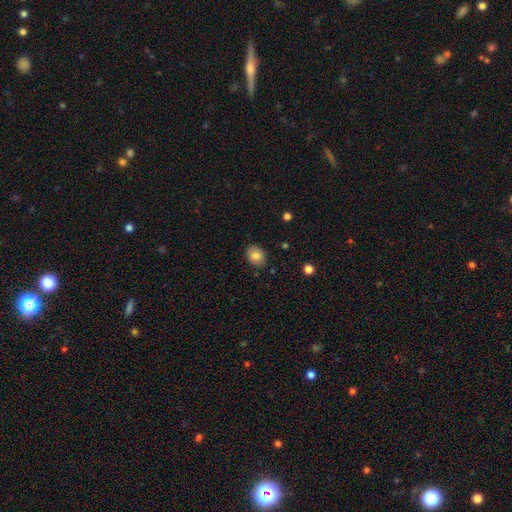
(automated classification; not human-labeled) A smooth galaxy with no disk features (82%) that is in between round and cigar-shaped (57%).

Vote fractions:
- Smooth or featured? smooth: 82% / featured or disk: 9% / star or artifact: 9%
- How rounded? in between: 57% / round: 42% / cigar-shaped: 1%
- Merging? none: 85% / minor disturbance: 11% / major disturbance: 2% / merger: 1%